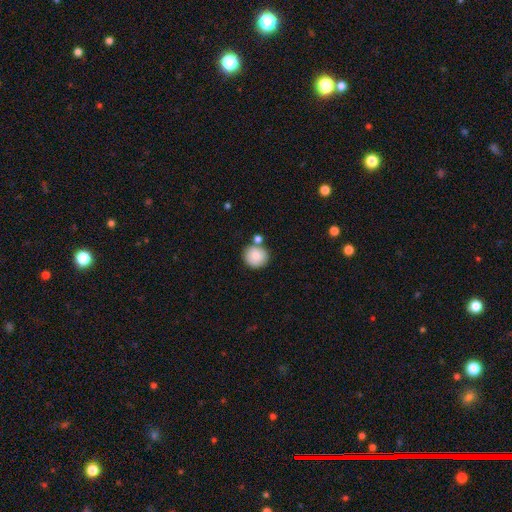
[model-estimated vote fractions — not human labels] Smooth or featured? Predicted: smooth (p=0.85). How rounded? Predicted: round (p=0.92). Merging? Predicted: none (p=0.68).